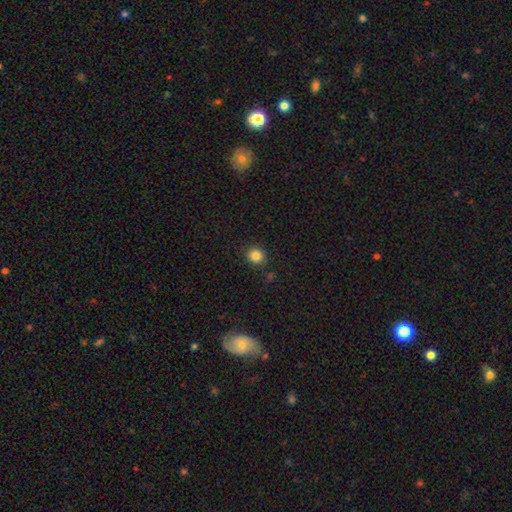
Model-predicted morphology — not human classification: type=smooth (84%); roundness=round (84%); merging=none (88%).